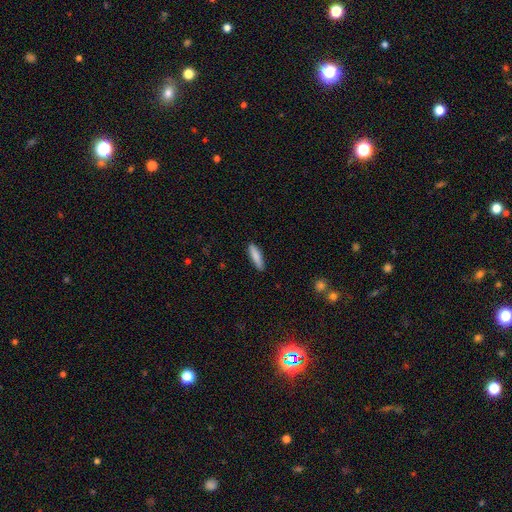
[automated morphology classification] A smooth galaxy with no disk features (84%) that is cigar-shaped (73%).

Vote fractions:
- Smooth or featured? smooth: 84% / featured or disk: 10% / star or artifact: 6%
- How rounded? cigar-shaped: 73% / in between: 25% / round: 1%
- Merging? none: 88% / minor disturbance: 9% / major disturbance: 2% / merger: 1%